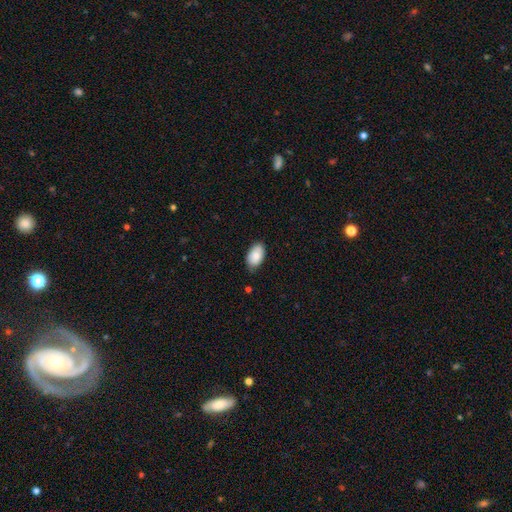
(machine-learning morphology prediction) smooth_or_featured: smooth (p=0.84) [alt: featured or disk p=0.10]
how_rounded: in between (p=0.93) [alt: round p=0.05]
merging: none (p=0.77) [alt: minor disturbance p=0.19]